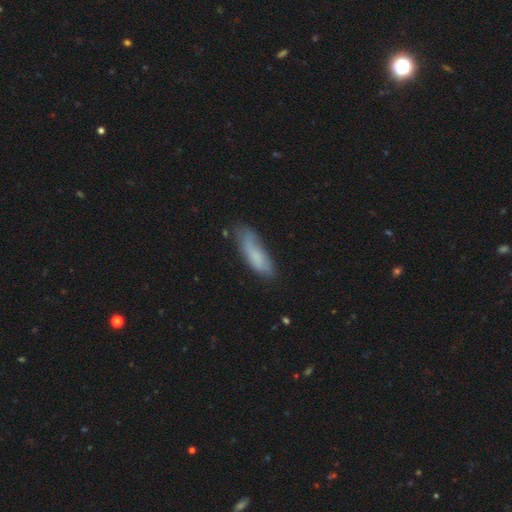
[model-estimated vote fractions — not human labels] Smooth or featured? Predicted: smooth (p=0.72). How rounded? Predicted: in between (p=0.52). Merging? Predicted: none (p=0.57).